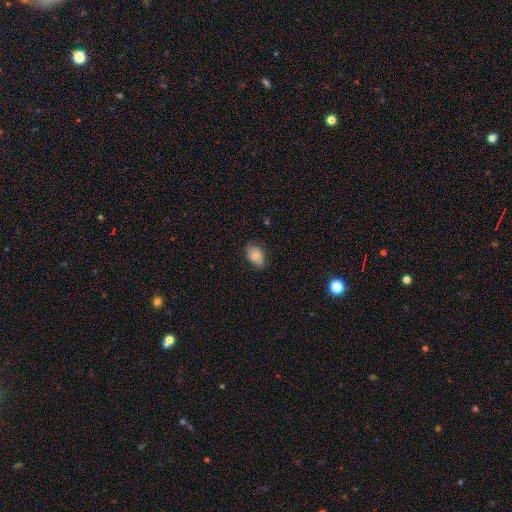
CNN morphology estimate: This is likely a smooth galaxy (78%). How rounded: clearly in between (88%). Merging: likely none (73%).